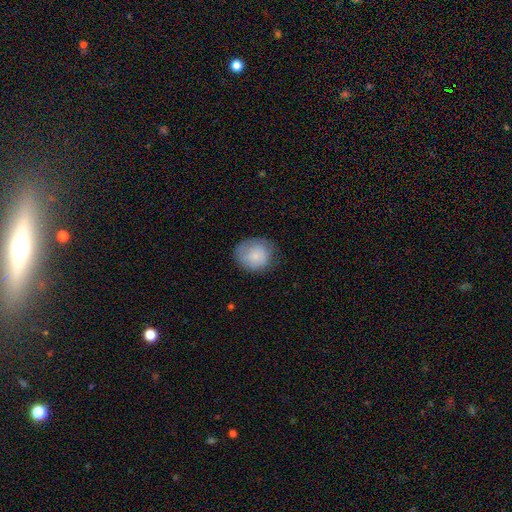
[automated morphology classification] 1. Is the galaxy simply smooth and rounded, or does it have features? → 78% smooth, 15% featured or disk, 7% star or artifact.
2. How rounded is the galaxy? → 75% round, 24% in between, 1% cigar-shaped.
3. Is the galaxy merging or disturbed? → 66% none, 24% minor disturbance, 8% major disturbance, 1% merger.